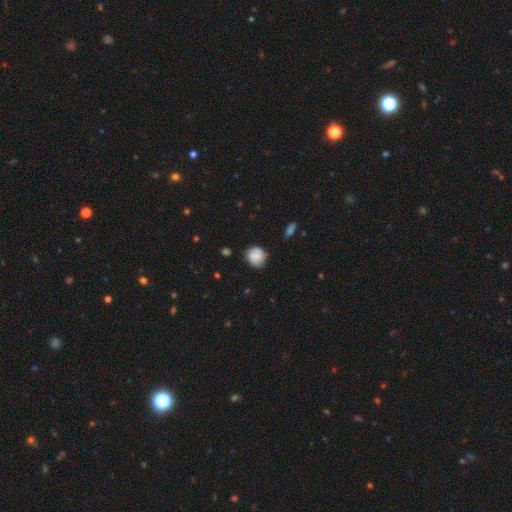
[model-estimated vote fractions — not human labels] Smooth or featured?
  - smooth: 75% *
  - featured or disk: 17%
  - star or artifact: 8%
How rounded?
  - round: 81% *
  - in between: 18%
  - cigar-shaped: 1%
Merging?
  - none: 67% *
  - minor disturbance: 26%
  - major disturbance: 5%
  - merger: 2%